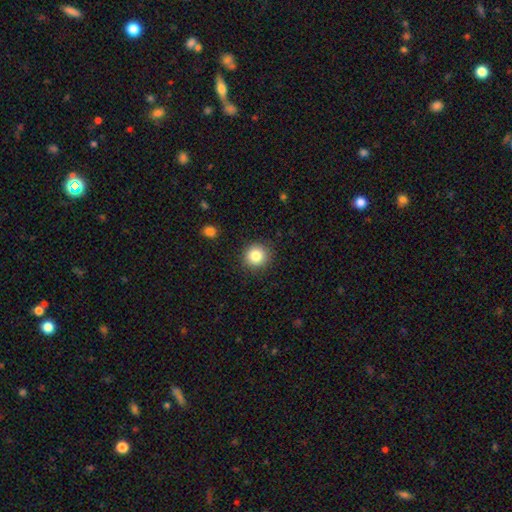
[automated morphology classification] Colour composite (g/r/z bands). It shows a smooth galaxy with no disk features (83%) that is round (93%). Merging: none (90%).